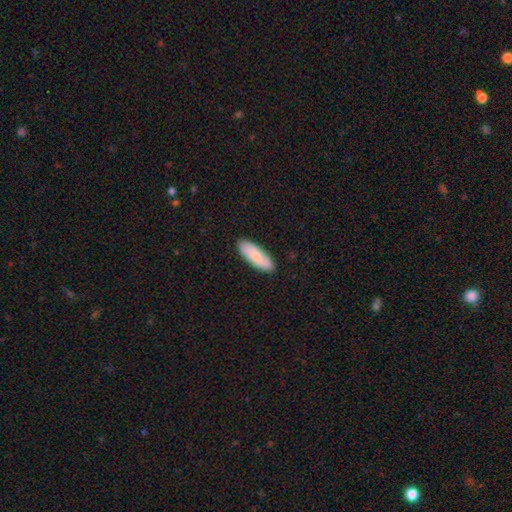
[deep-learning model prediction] smooth_or_featured: smooth (p=0.78) [alt: featured or disk p=0.16]
how_rounded: in between (p=0.60) [alt: cigar-shaped p=0.38]
merging: none (p=0.88) [alt: minor disturbance p=0.10]